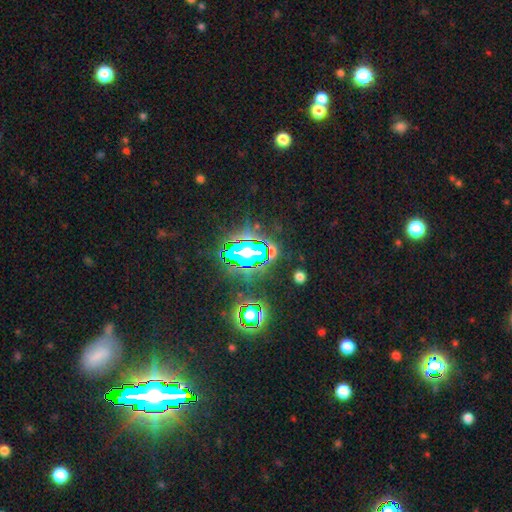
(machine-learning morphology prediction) A star or artifact, not a galaxy (77%).